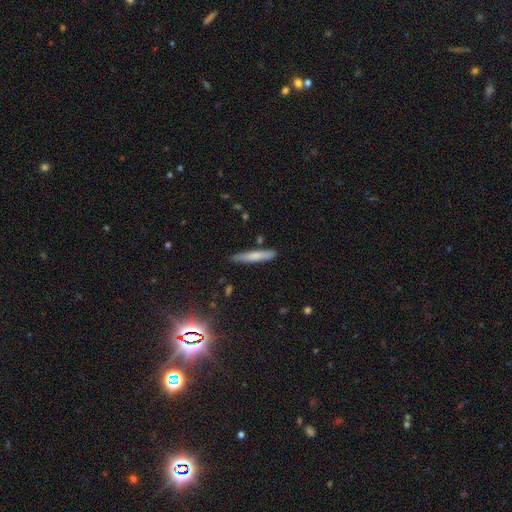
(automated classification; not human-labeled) smooth_or_featured: smooth (p=0.71) [alt: featured or disk p=0.22]
how_rounded: cigar-shaped (p=0.92) [alt: in between p=0.07]
merging: none (p=0.84) [alt: minor disturbance p=0.11]